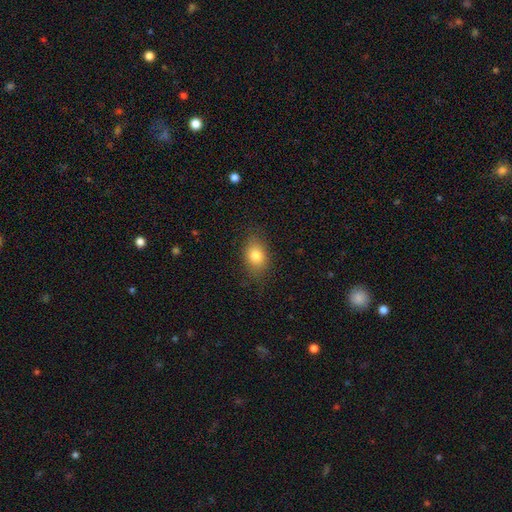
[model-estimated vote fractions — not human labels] Smooth or featured? smooth (81%)
How rounded? in between (76%)
Merging? none (81%)